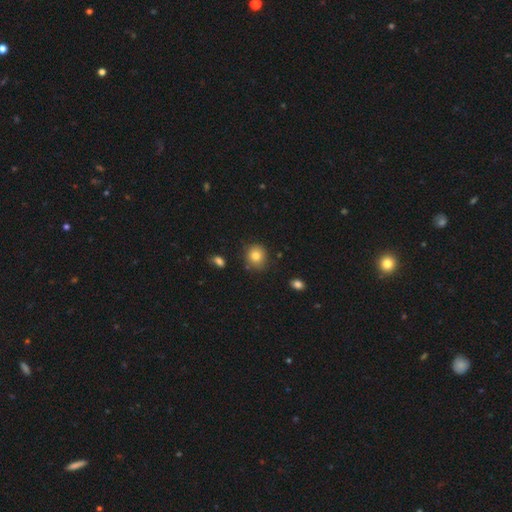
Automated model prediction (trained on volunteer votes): Overall: smooth (82%). How rounded: round (82%). Merging: none (82%).